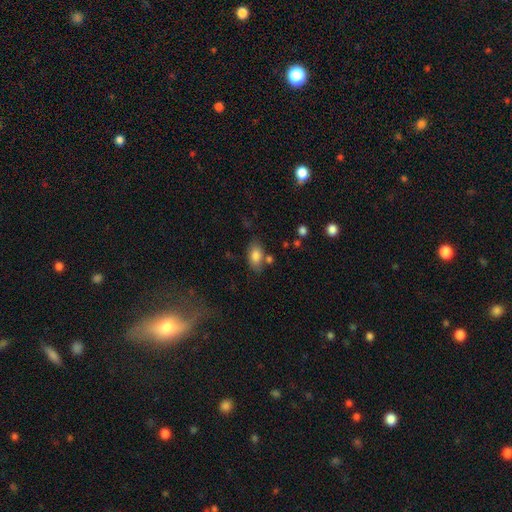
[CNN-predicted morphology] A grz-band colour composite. It shows a smooth galaxy with no disk features (82%) that is in between round and cigar-shaped (91%). Merging: none (70%).